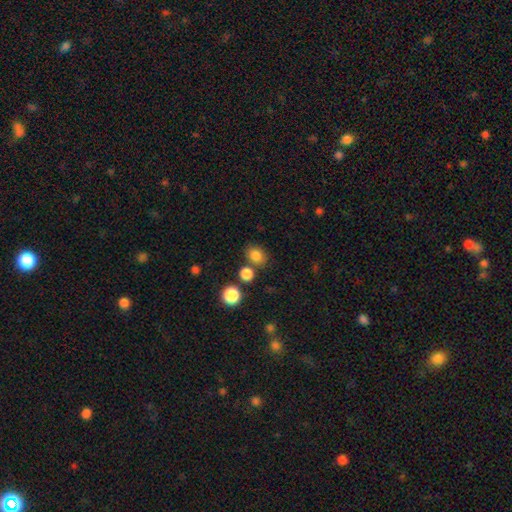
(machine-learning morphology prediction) Smooth or featured: smooth — 83% (star or artifact — 12%)
How rounded: round — 50% (in between — 49%)
Merging: none — 72% (merger — 13%)